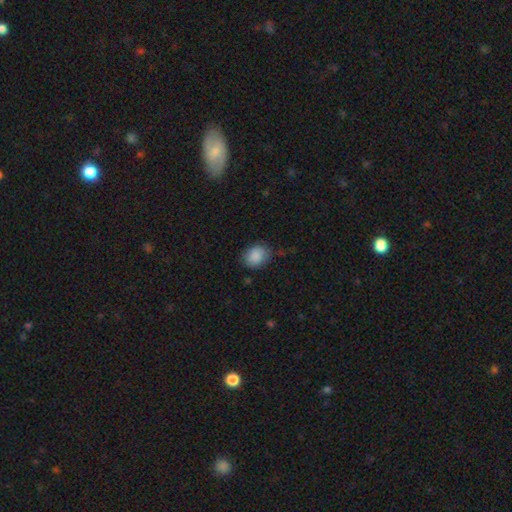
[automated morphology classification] This appears to be a smooth galaxy with no disk features (88%) that is in between round and cigar-shaped (53%). Merging: none (77%).